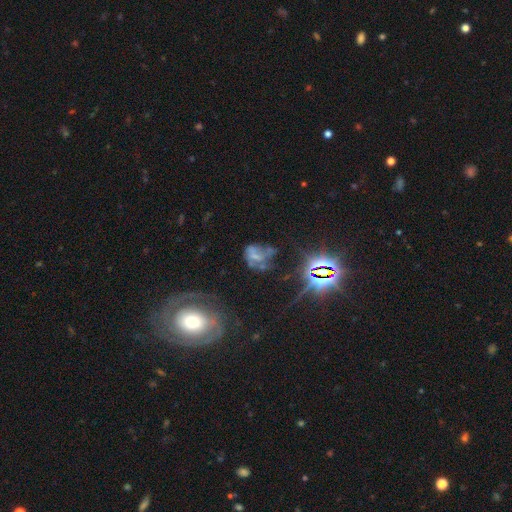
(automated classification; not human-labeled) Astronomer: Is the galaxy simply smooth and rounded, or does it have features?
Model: featured or disk — 40% (runner-up: star or artifact, 31%).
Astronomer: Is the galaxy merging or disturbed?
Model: major disturbance — 37% (runner-up: none, 30%).